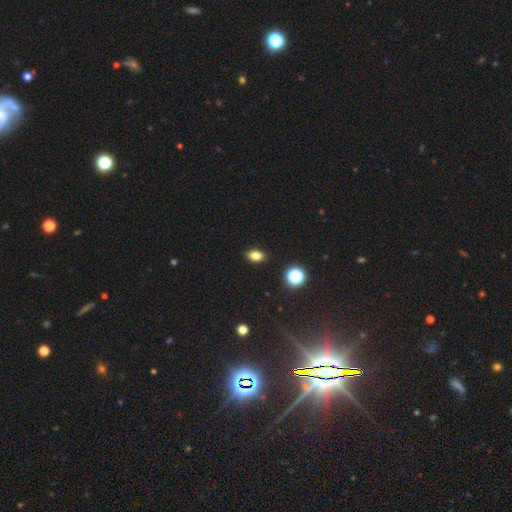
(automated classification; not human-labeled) Morphology: type=smooth (81%); roundness=in between (81%); merging=none (89%).